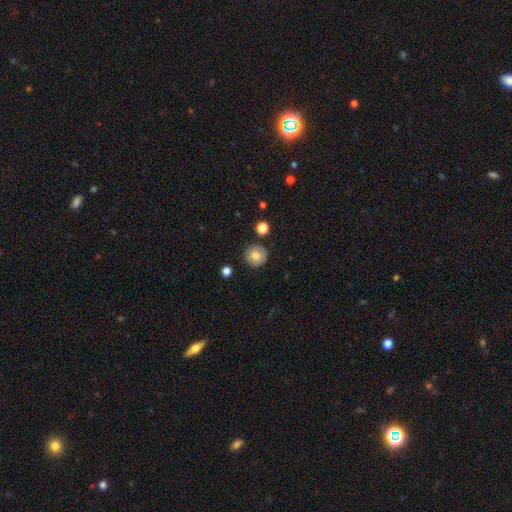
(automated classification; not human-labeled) smooth_or_featured: smooth (p=0.80) [alt: featured or disk p=0.11]
how_rounded: round (p=0.93) [alt: in between p=0.06]
merging: none (p=0.86) [alt: minor disturbance p=0.09]